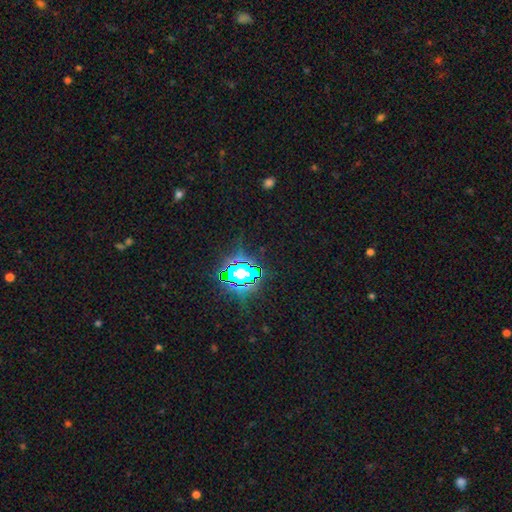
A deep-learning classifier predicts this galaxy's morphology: star or artifact 83%, smooth 11%, featured or disk 6%.